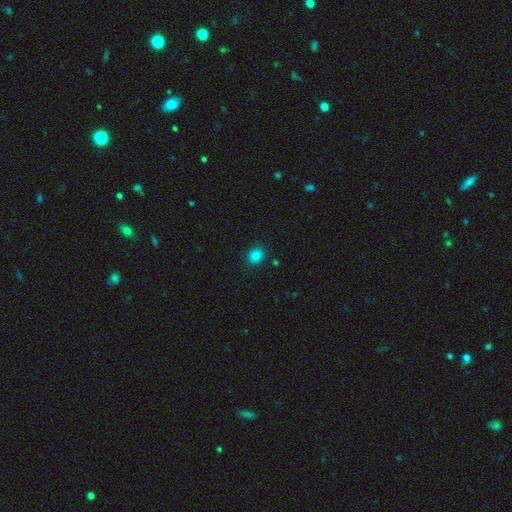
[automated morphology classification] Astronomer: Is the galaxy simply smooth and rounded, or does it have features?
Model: smooth — 83%.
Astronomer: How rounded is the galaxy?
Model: round — 81%.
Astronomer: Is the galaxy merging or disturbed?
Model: none — 90%.